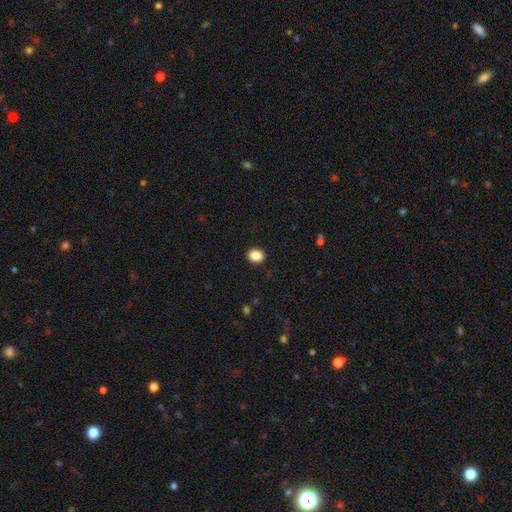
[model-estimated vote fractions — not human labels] smooth_or_featured: smooth (p=0.87) [alt: star or artifact p=0.09]
how_rounded: round (p=0.50) [alt: in between p=0.49]
merging: none (p=0.91) [alt: minor disturbance p=0.06]